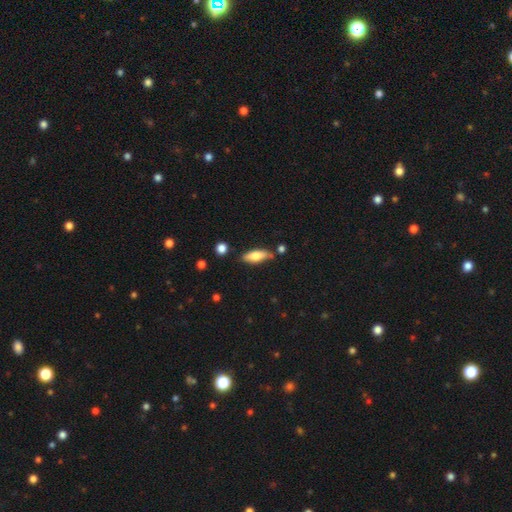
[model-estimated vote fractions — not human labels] smooth-or-featured: smooth: 69% | featured or disk: 25% | star or artifact: 6%
  how-rounded: in between: 63% | cigar-shaped: 35% | round: 2%
  merging: none: 72% | minor disturbance: 18% | merger: 6% | major disturbance: 4%